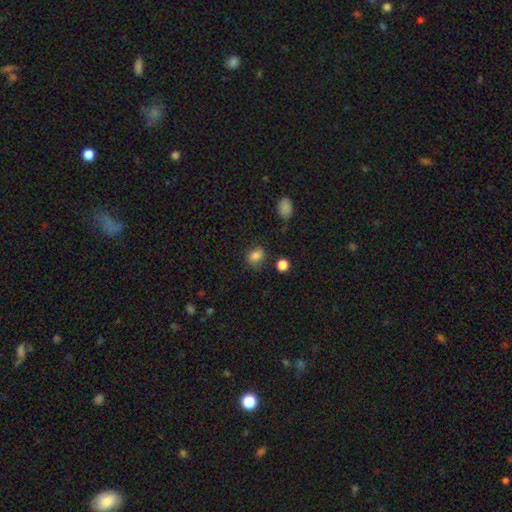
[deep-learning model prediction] Smooth or featured? Predicted: smooth (p=0.84). How rounded? Predicted: in between (p=0.51). Merging? Predicted: none (p=0.76).